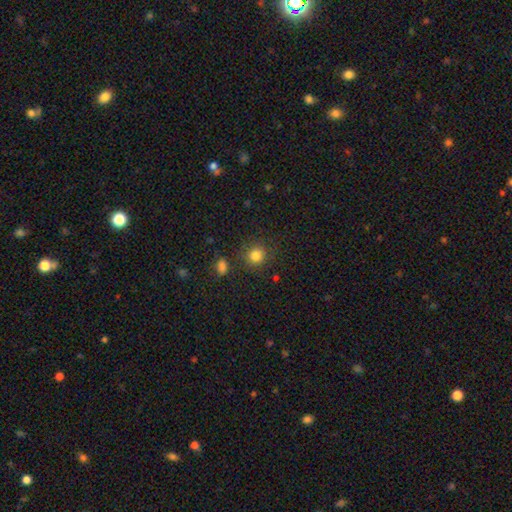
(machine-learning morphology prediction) The model was most divided on "smooth or featured": smooth: 82%, star or artifact: 12%, featured or disk: 7%. More confident: how rounded — round (88%); merging — none (82%).